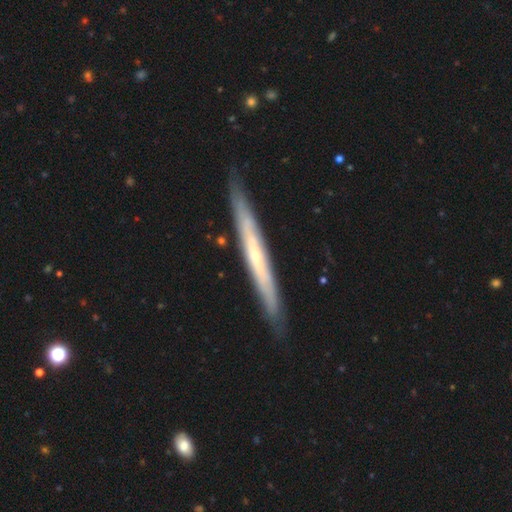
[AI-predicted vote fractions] Smooth or featured? featured or disk (69%)
Edge-on disk? yes (88%)
Edge-on bulge? none (59%)
Merging? none (86%)